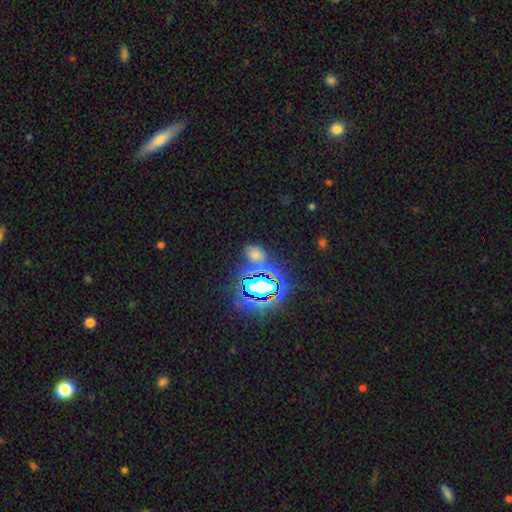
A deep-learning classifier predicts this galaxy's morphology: smooth-or-featured: star or artifact: 56% | smooth: 35% | featured or disk: 9%